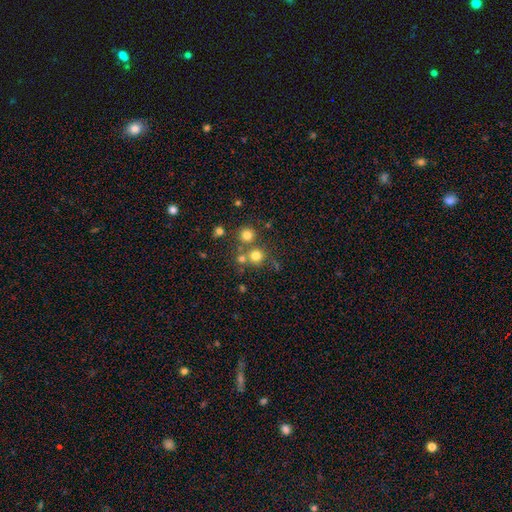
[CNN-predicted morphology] Smooth or featured? smooth (73%)
How rounded? round (91%)
Merging? none (66%)